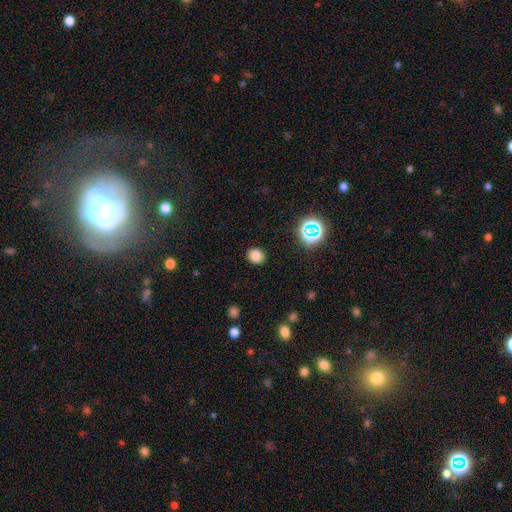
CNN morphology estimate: Smooth or featured? smooth (80%)
How rounded? round (67%)
Merging? none (89%)